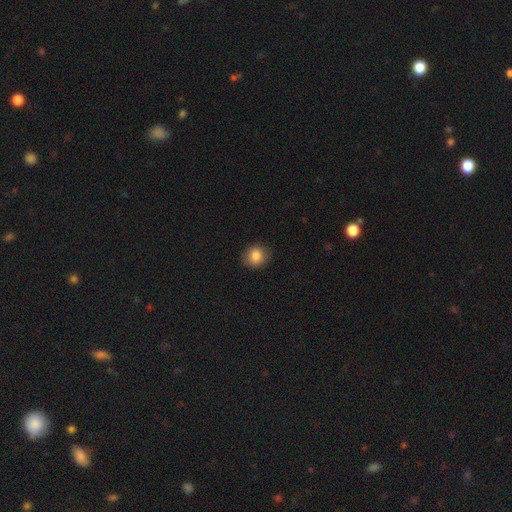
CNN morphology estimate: This appears to be a smooth galaxy with no disk features (84%) that is round (72%). Merging: none (86%).